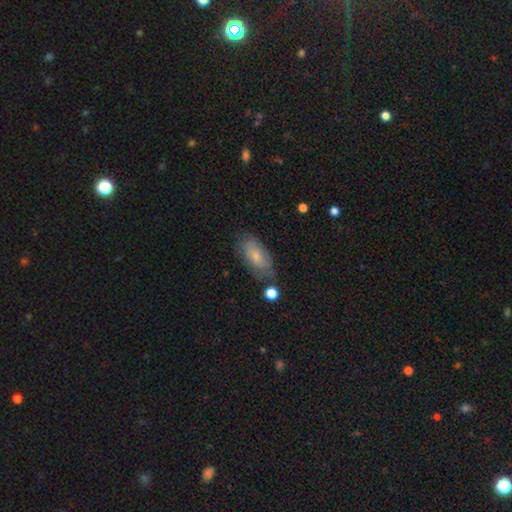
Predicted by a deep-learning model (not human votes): A smooth galaxy with no disk features (70%) that is in between round and cigar-shaped (89%).

Vote fractions:
- Smooth or featured? smooth: 70% / featured or disk: 23% / star or artifact: 7%
- How rounded? in between: 89% / cigar-shaped: 7% / round: 4%
- Merging? none: 68% / minor disturbance: 22% / major disturbance: 6% / merger: 4%